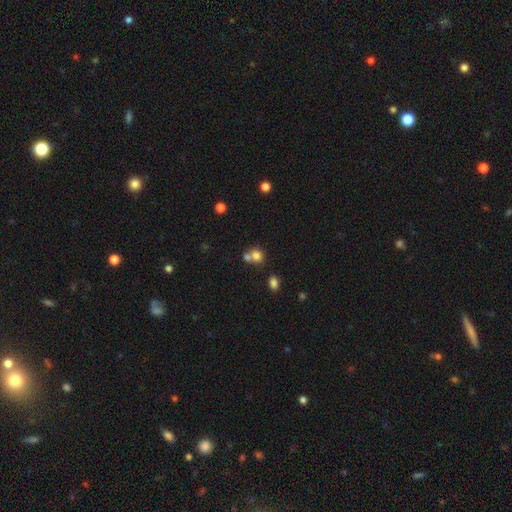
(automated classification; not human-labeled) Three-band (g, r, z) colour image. It shows a smooth galaxy with no disk features (77%) that is round (72%). Merging: merger (47%).